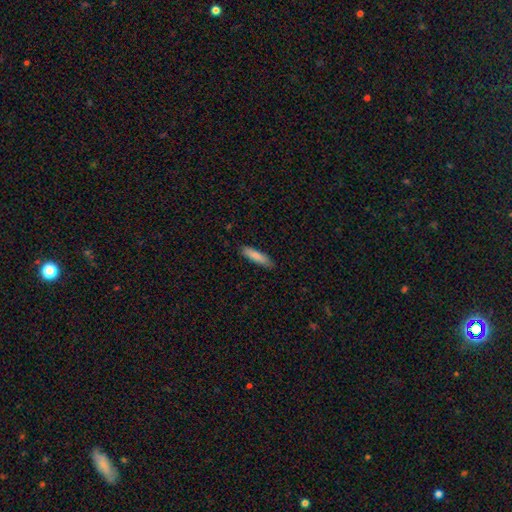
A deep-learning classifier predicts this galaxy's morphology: A smooth galaxy with no disk features (84%) that is cigar-shaped (77%). Merging: none (85%).